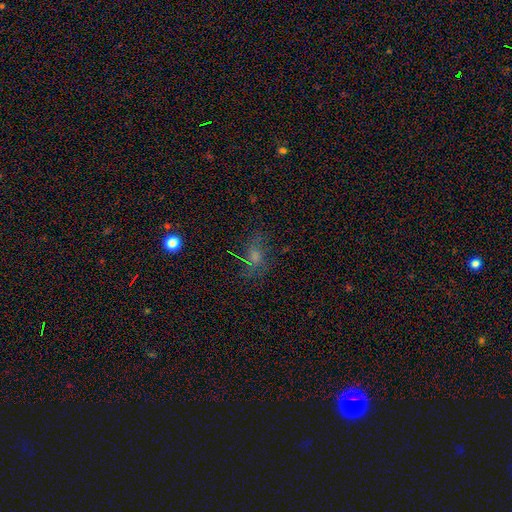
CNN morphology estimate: Smooth or featured? Predicted: smooth (p=0.37). Merging? Predicted: none (p=0.64).